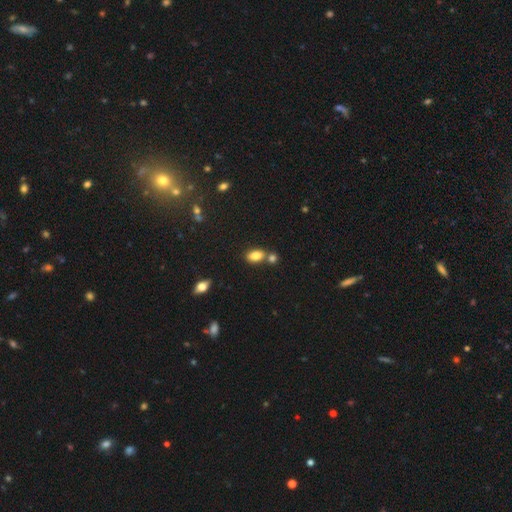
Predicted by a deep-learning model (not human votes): Smooth or featured? smooth (84%)
How rounded? in between (89%)
Merging? none (57%)